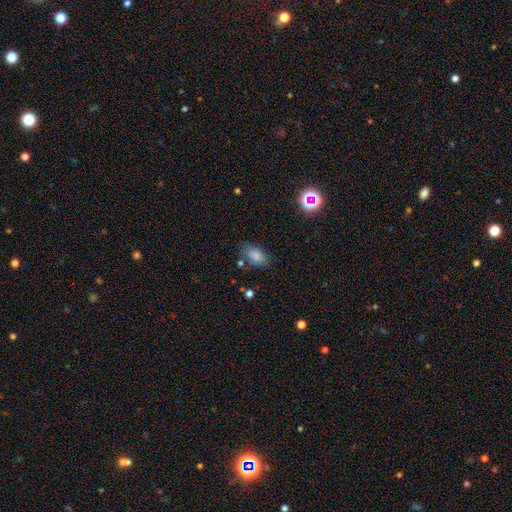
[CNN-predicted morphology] This appears to be a smooth galaxy with no disk features (81%) that is in between round and cigar-shaped (90%). Merging: none (66%).